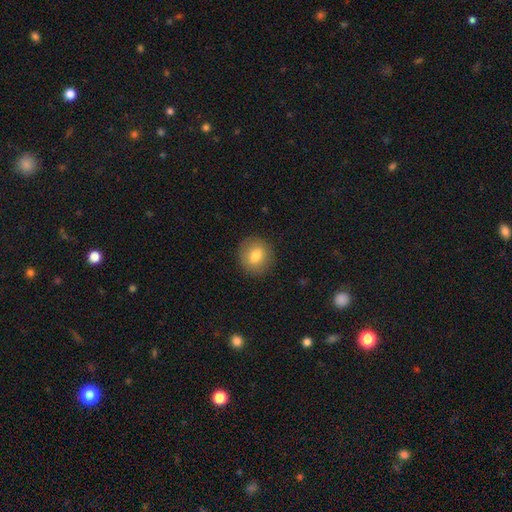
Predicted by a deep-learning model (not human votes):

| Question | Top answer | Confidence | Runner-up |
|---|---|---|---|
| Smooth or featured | smooth | 76% | featured or disk (15%) |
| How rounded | round | 87% | in between (12%) |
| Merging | none | 90% | minor disturbance (7%) |